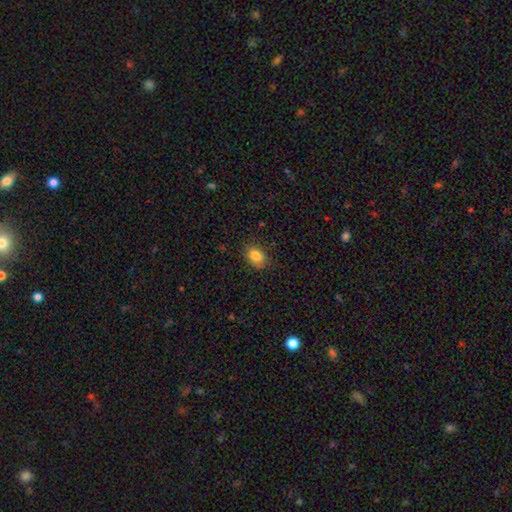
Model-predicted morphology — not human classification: smooth_or_featured: smooth (p=0.84) [alt: star or artifact p=0.09]
how_rounded: in between (p=0.78) [alt: round p=0.21]
merging: none (p=0.82) [alt: minor disturbance p=0.14]